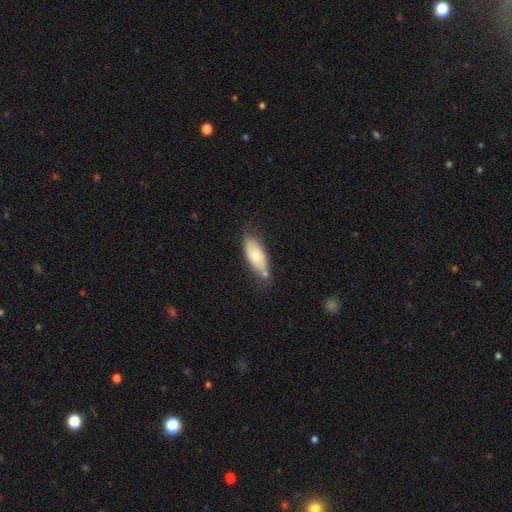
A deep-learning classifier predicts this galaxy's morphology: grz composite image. It shows a smooth galaxy with no disk features (68%) that is in between round and cigar-shaped (81%). Merging: none (63%).